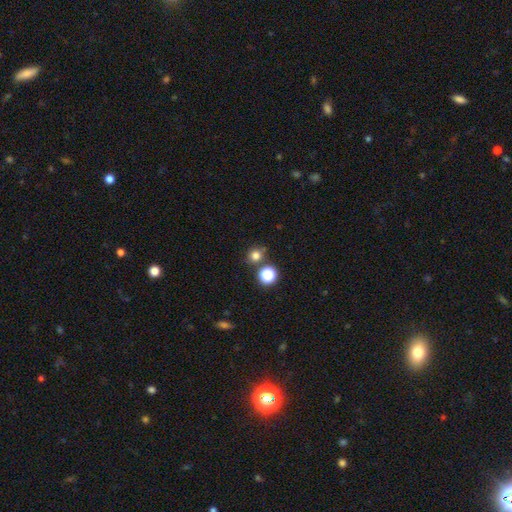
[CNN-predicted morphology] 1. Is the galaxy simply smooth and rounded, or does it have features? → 76% smooth, 18% star or artifact, 6% featured or disk.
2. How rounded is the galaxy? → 88% round, 11% in between, 1% cigar-shaped.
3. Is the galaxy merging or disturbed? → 75% none, 13% merger, 9% minor disturbance, 3% major disturbance.